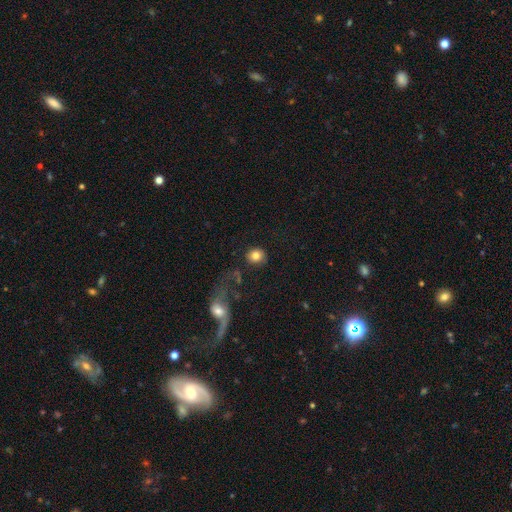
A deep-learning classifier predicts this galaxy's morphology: smooth_or_featured: smooth (p=0.81) [alt: featured or disk p=0.10]
how_rounded: round (p=0.82) [alt: in between p=0.17]
merging: none (p=0.79) [alt: minor disturbance p=0.09]